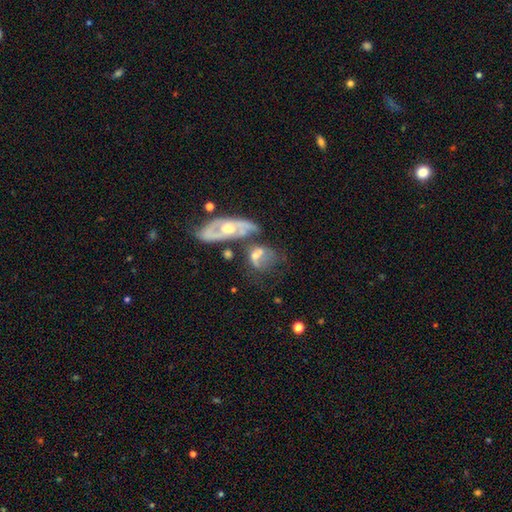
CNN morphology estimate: Smooth or featured? Predicted: featured or disk (p=0.57). Edge-on disk? Predicted: no (p=0.89). Bar? Predicted: no (p=0.59). Spiral arms? Predicted: yes (p=0.56). Bulge size? Predicted: moderate (p=0.60). Merging? Predicted: merger (p=0.41).